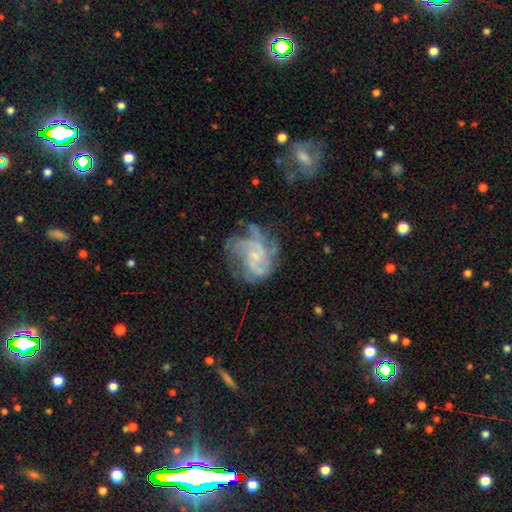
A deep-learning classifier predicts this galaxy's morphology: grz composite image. It shows a featured or disk galaxy (80%) with no bar (70%), tight (42%, tied with medium) spiral arms (90%) and a small central bulge (71%). Merging: none (53%).